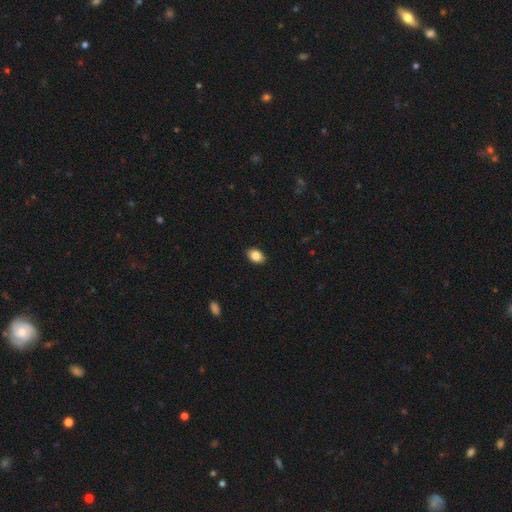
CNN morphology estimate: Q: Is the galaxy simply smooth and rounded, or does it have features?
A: smooth — 85%.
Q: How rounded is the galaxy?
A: in between — 84%.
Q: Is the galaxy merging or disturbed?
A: none — 89%.